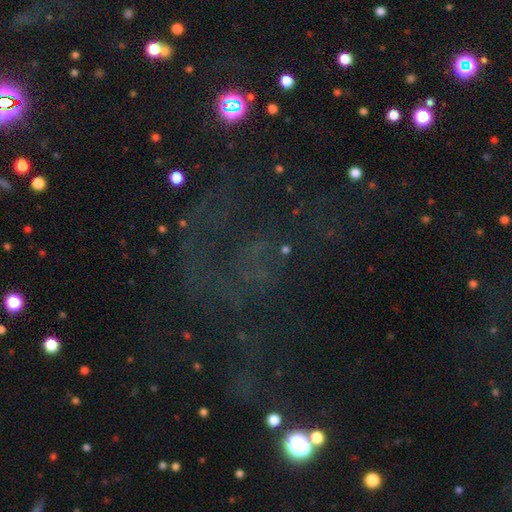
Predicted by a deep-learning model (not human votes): smooth_or_featured: star or artifact (p=0.54) [alt: featured or disk p=0.24]